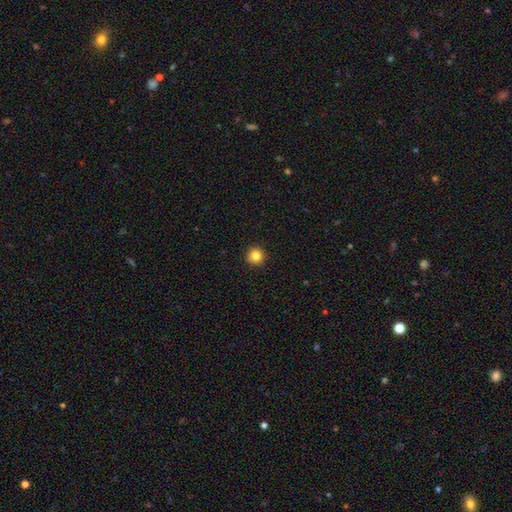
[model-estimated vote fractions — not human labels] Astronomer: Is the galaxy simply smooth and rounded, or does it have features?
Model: smooth — 84%.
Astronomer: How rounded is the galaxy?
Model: round — 95%.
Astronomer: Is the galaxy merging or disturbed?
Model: none — 92%.